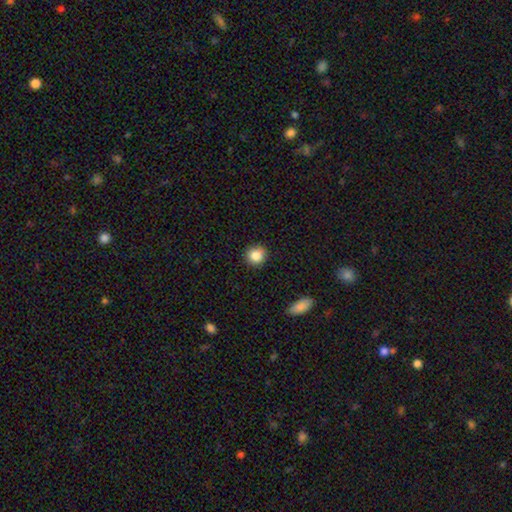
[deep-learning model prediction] This is clearly a smooth galaxy (86%). How rounded: clearly round (90%). Merging: clearly none (90%).